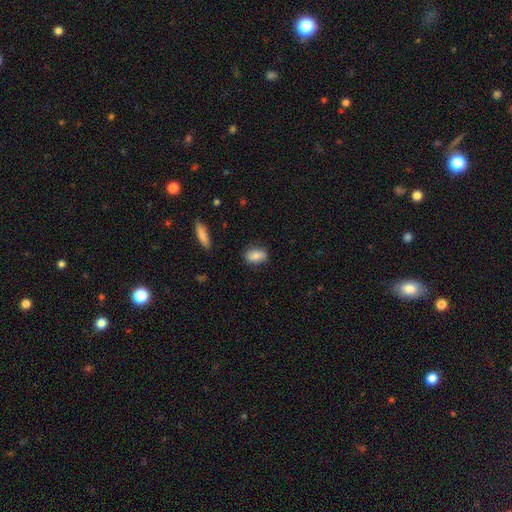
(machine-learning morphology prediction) Smooth or featured: smooth — 83% (featured or disk — 10%)
How rounded: in between — 88% (round — 9%)
Merging: none — 82% (minor disturbance — 14%)